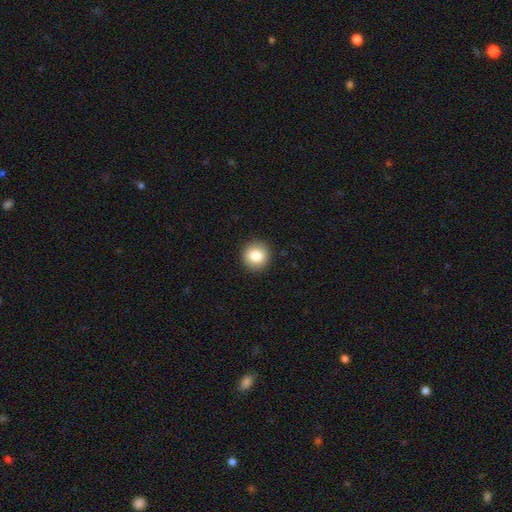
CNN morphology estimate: A smooth galaxy with no disk features (84%) that is round (90%).

Vote fractions:
- Smooth or featured? smooth: 84% / star or artifact: 9% / featured or disk: 7%
- How rounded? round: 90% / in between: 9% / cigar-shaped: 1%
- Merging? none: 91% / minor disturbance: 6% / major disturbance: 2% / merger: 1%